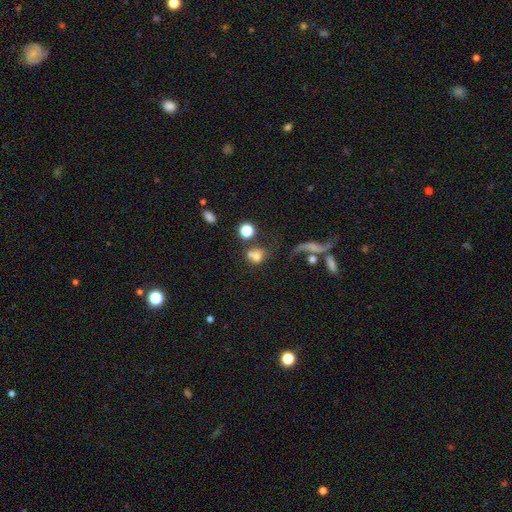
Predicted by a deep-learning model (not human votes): Smooth or featured? Predicted: smooth (p=0.67). How rounded? Predicted: round (p=0.67). Merging? Predicted: merger (p=0.39).